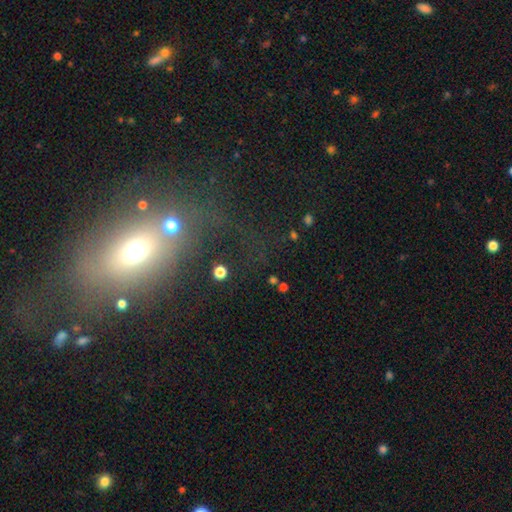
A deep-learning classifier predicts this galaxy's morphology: Smooth or featured? Predicted: smooth (p=0.47). Merging? Predicted: none (p=0.52).